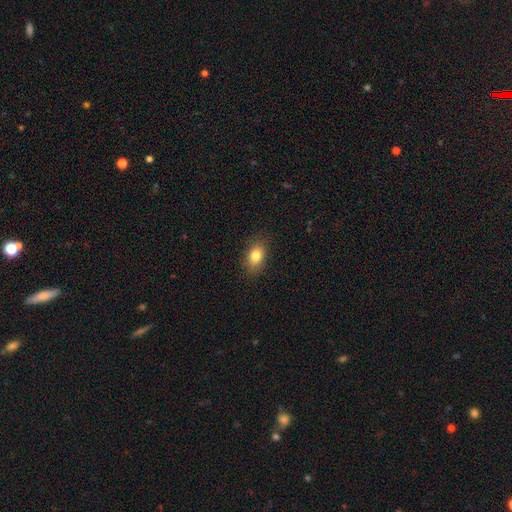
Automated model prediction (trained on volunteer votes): smooth 82%, featured or disk 9%, star or artifact 9%. Down the decision tree: how rounded — in between (80%); merging — none (86%).